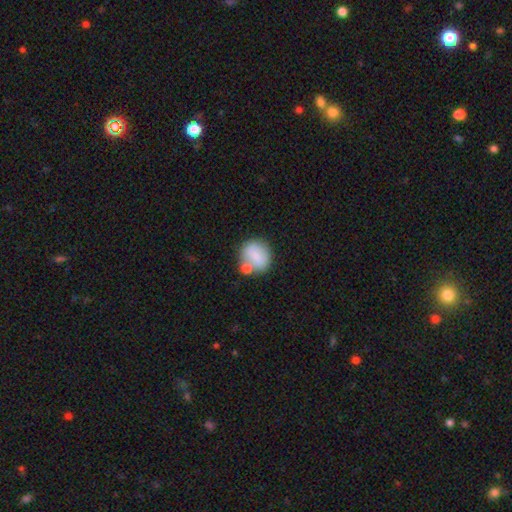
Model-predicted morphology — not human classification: Smooth or featured?
  - smooth: 75% *
  - featured or disk: 17%
  - star or artifact: 8%
How rounded?
  - round: 80% *
  - in between: 19%
  - cigar-shaped: 1%
Merging?
  - none: 56% *
  - merger: 24%
  - minor disturbance: 14%
  - major disturbance: 5%